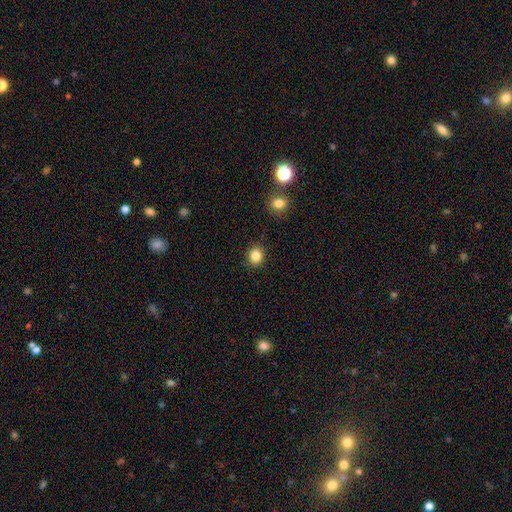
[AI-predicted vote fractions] smooth_or_featured: smooth (p=0.84) [alt: star or artifact p=0.11]
how_rounded: round (p=0.75) [alt: in between p=0.24]
merging: none (p=0.89) [alt: minor disturbance p=0.07]